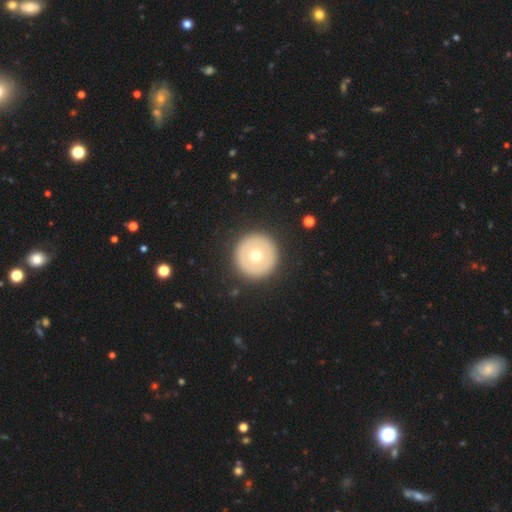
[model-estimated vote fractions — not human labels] A smooth galaxy with no disk features (55%) that is round (97%). Merging: none (92%).